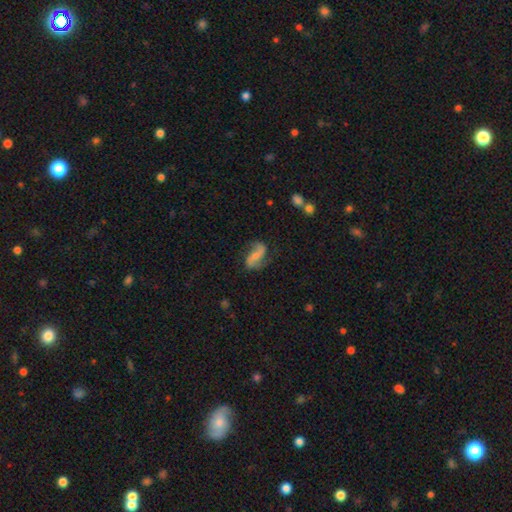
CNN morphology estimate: Smooth or featured: featured or disk — 68% (smooth — 25%)
Edge-on disk: no — 96% (yes — 4%)
Bar: strong — 35% (weak — 34%)
Spiral arms: yes — 90% (no — 10%)
Spiral winding: loose — 67% (medium — 25%)
Spiral arm count: 2 — 90% (can't tell — 4%)
Bulge size: small — 48% (none — 24%)
Merging: none — 68% (minor disturbance — 19%)